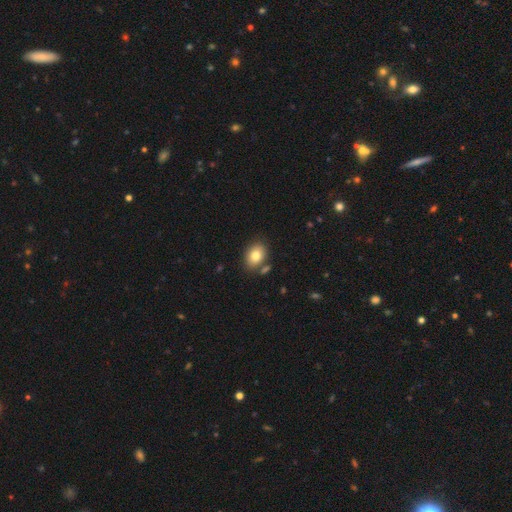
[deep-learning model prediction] Smooth or featured? smooth (80%)
How rounded? in between (71%)
Merging? none (76%)